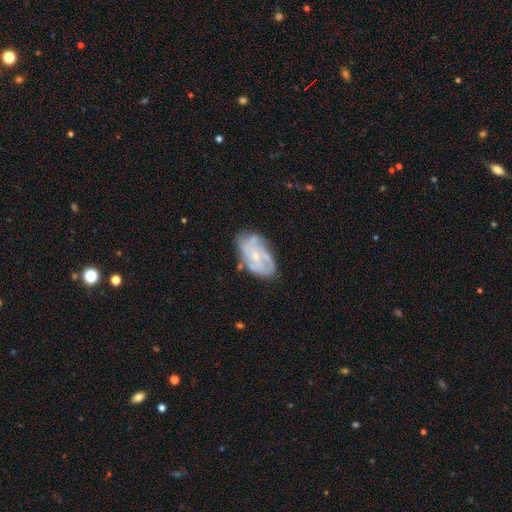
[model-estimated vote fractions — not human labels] A featured or disk galaxy (75%) with no bar (66%), tight (44%) spiral arms (80%) and a small central bulge (65%). Merging: none (63%).